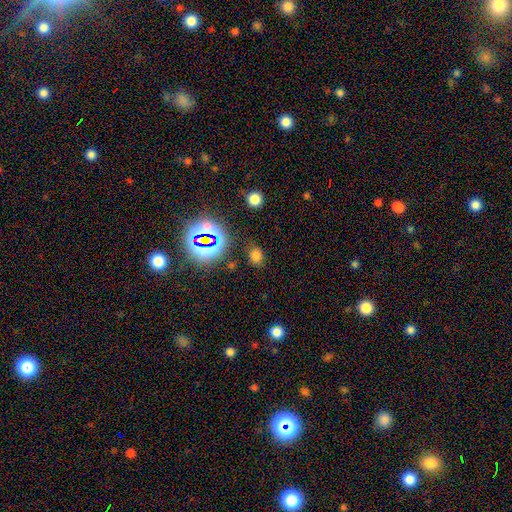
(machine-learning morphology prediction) smooth_or_featured: smooth (p=0.62) [alt: star or artifact p=0.31]
how_rounded: in between (p=0.53) [alt: round p=0.45]
merging: none (p=0.78) [alt: minor disturbance p=0.14]